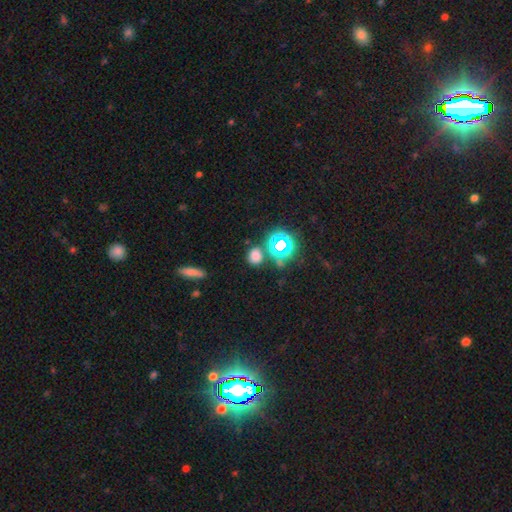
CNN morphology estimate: The model was most divided on "smooth or featured": smooth: 68%, star or artifact: 26%, featured or disk: 6%. More confident: merging — none (77%); how rounded — round (71%).